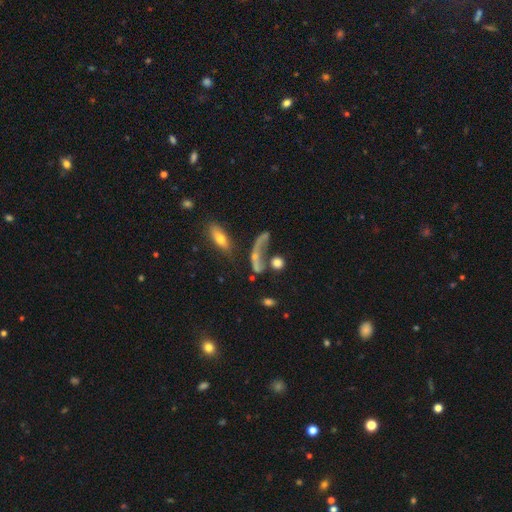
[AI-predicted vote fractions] Q: Smooth or featured?
A: featured or disk (42%); runner-up: smooth (38%)
Q: Merging?
A: none (34%); runner-up: major disturbance (28%)